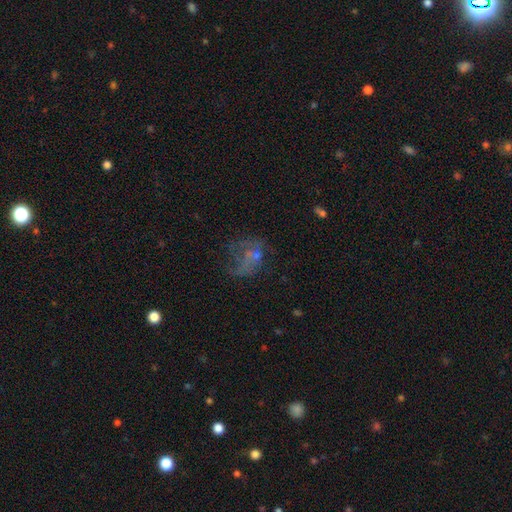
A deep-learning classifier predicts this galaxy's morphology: Q: Smooth or featured?
A: featured or disk (47%); runner-up: smooth (31%)
Q: Merging?
A: major disturbance (43%); runner-up: none (34%)